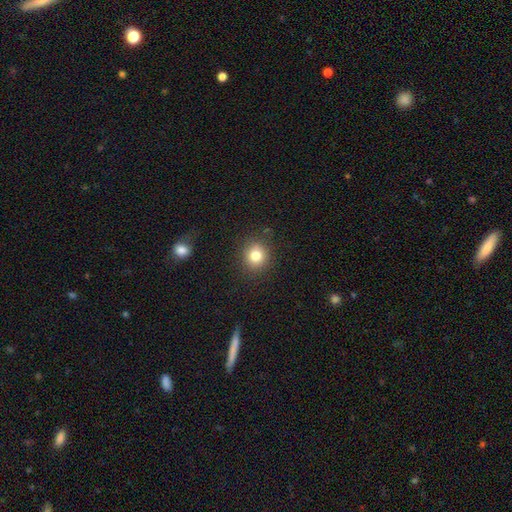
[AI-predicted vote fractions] This is clearly a smooth galaxy (81%). How rounded: clearly round (84%). Merging: clearly none (87%).